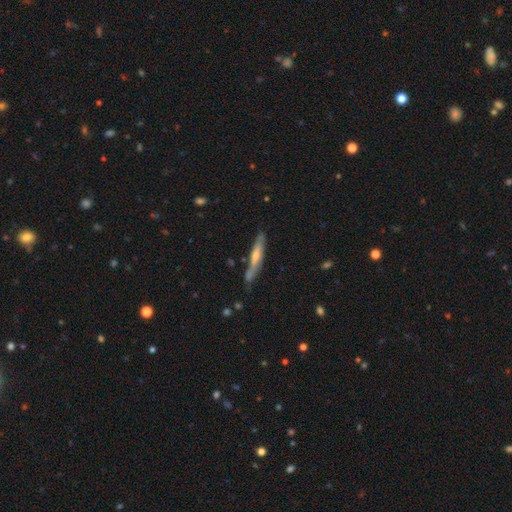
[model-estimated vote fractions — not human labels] smooth-or-featured: featured or disk: 53% | smooth: 41% | star or artifact: 6%
  disk-edge-on: yes: 82% | no: 18%
  merging: none: 72% | minor disturbance: 20% | merger: 4% | major disturbance: 4%